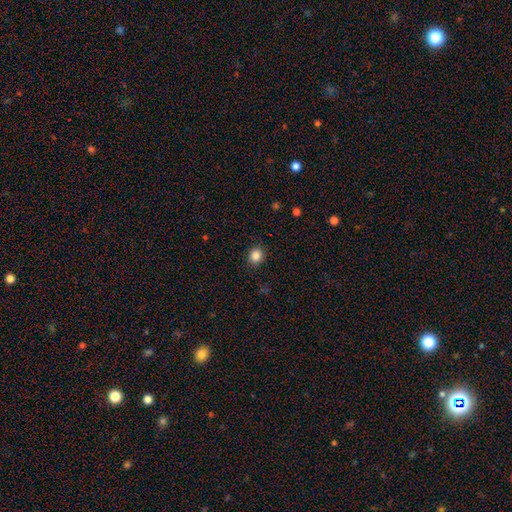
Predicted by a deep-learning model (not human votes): Smooth or featured? smooth (86%)
How rounded? round (79%)
Merging? none (90%)